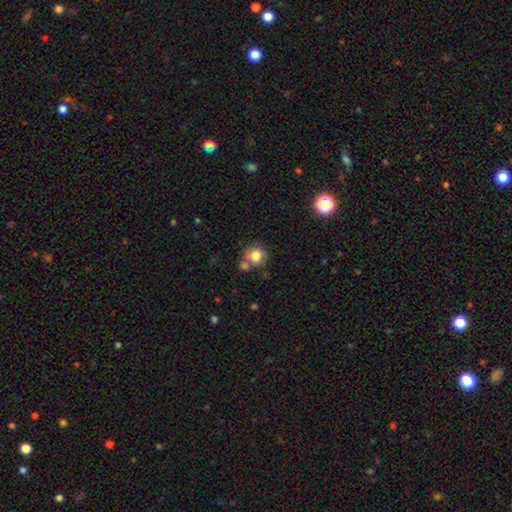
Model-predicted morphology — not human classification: type=smooth (80%); roundness=round (87%); merging=none (63%).